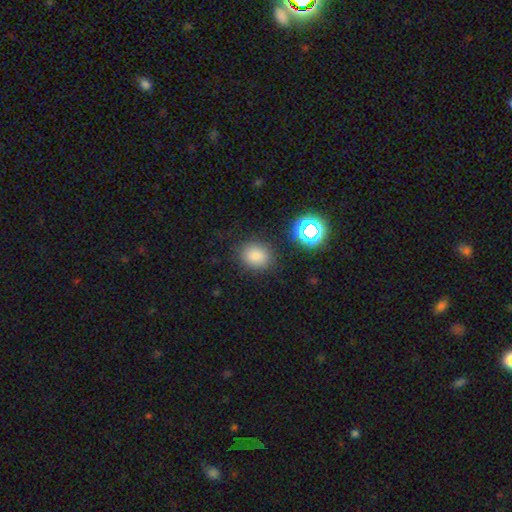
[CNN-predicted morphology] The model was most divided on "how rounded": round: 62%, in between: 37%, cigar-shaped: 1%. More confident: merging — none (85%); smooth or featured — smooth (78%).